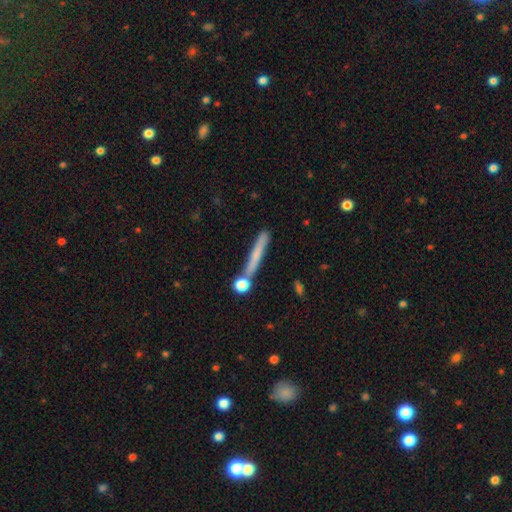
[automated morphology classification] Smooth or featured? smooth (61%)
How rounded? cigar-shaped (93%)
Merging? none (75%)